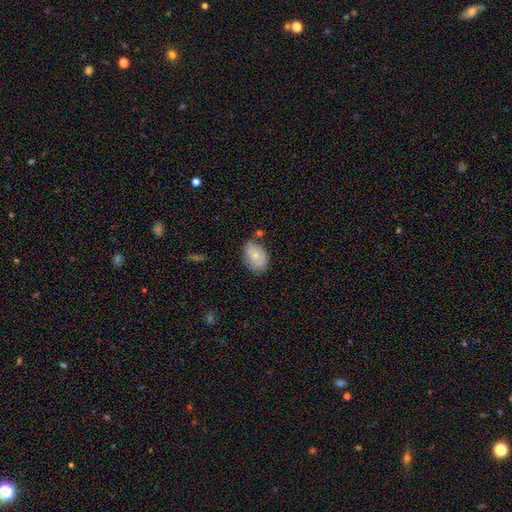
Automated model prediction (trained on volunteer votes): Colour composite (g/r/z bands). It shows a smooth galaxy with no disk features (67%) that is in between round and cigar-shaped (80%). Merging: none (55%).